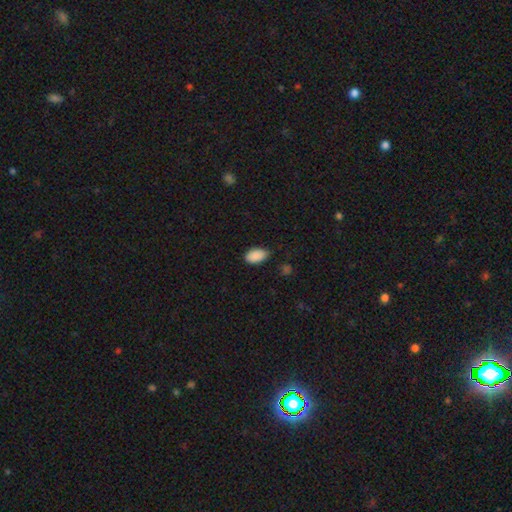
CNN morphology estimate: smooth 90%, star or artifact 7%, featured or disk 3%. Down the decision tree: how rounded — in between (94%); merging — none (76%).